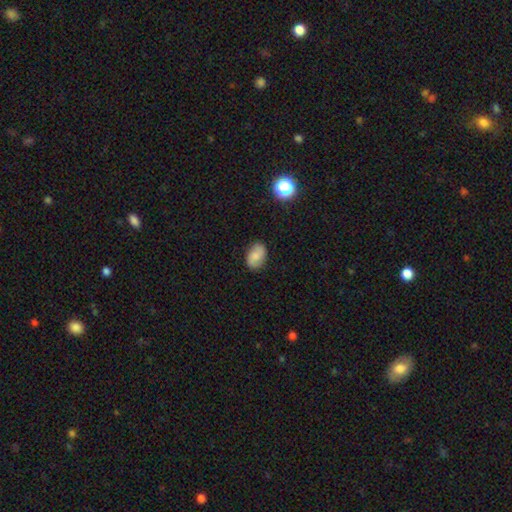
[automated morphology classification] type=smooth (75%); roundness=in between (86%); merging=none (82%).